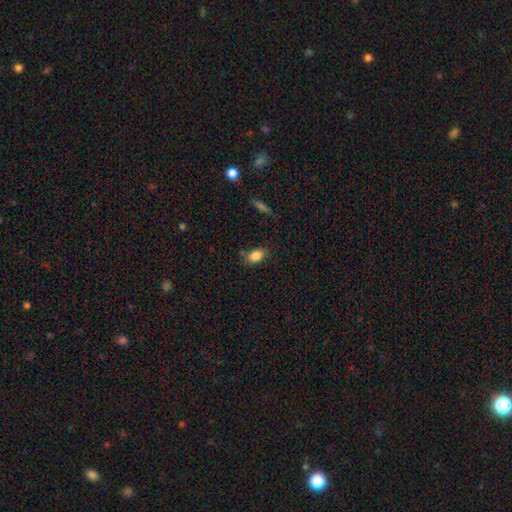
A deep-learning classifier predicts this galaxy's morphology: A smooth galaxy with no disk features (84%) that is in between round and cigar-shaped (86%). Merging: none (74%).